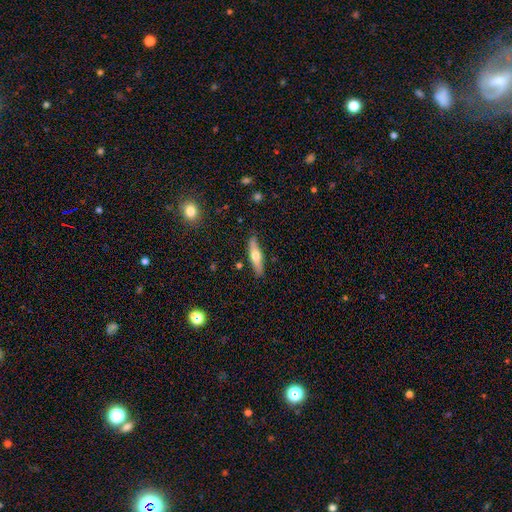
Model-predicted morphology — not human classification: Smooth or featured: smooth — 50% (featured or disk — 44%)
How rounded: cigar-shaped — 70% (in between — 27%)
Merging: none — 85% (minor disturbance — 11%)